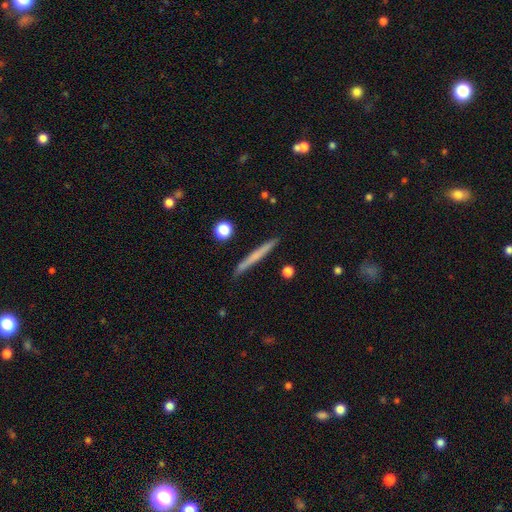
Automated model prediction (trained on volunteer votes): A smooth galaxy with no disk features (56%) that is cigar-shaped (96%). Merging: none (89%).